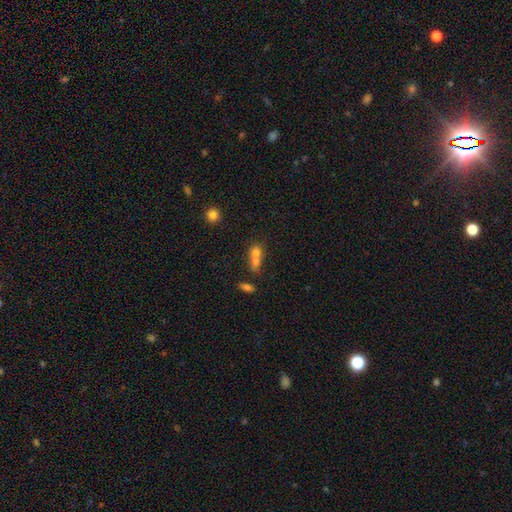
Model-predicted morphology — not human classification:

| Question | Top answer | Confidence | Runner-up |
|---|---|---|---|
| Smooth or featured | smooth | 70% | featured or disk (18%) |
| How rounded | in between | 50% | round (45%) |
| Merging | merger | 67% | none (23%) |